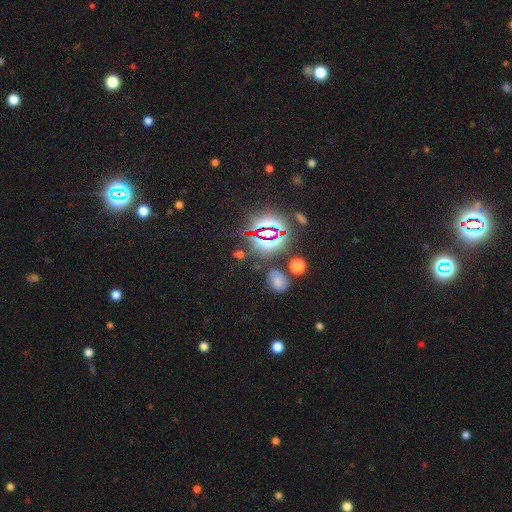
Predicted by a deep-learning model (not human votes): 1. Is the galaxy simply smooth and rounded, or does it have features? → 80% star or artifact, 12% smooth, 8% featured or disk.